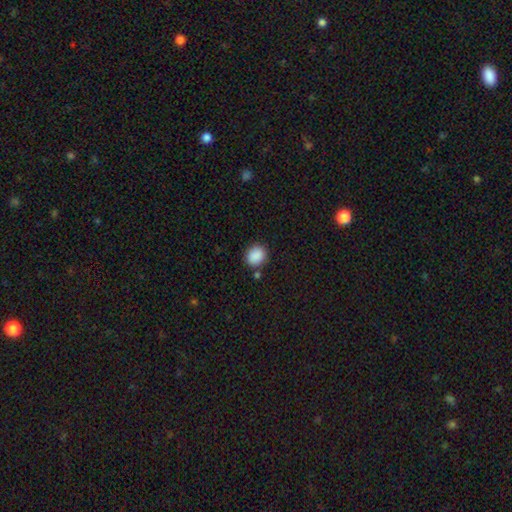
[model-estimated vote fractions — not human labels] Q: Smooth or featured?
A: smooth (88%); runner-up: star or artifact (8%)
Q: How rounded?
A: round (64%); runner-up: in between (35%)
Q: Merging?
A: none (80%); runner-up: minor disturbance (12%)